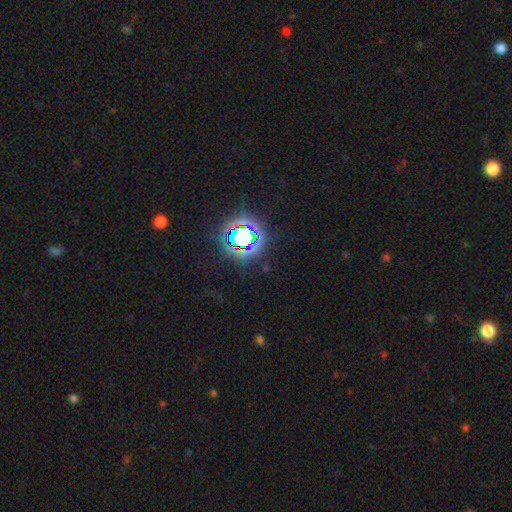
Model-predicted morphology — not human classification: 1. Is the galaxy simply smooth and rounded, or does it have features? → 81% star or artifact, 13% smooth, 7% featured or disk.